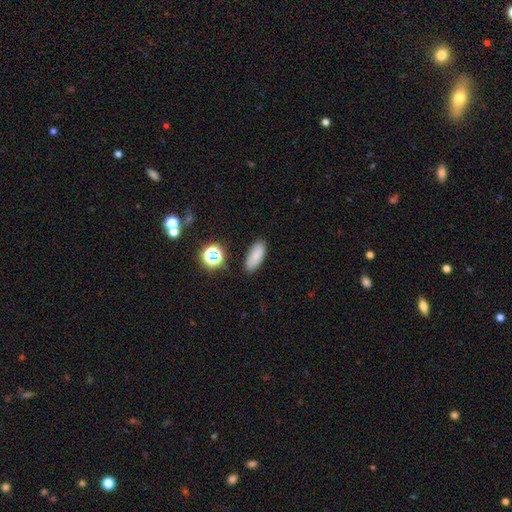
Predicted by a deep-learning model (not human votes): smooth_or_featured: smooth (p=0.81) [alt: star or artifact p=0.11]
how_rounded: in between (p=0.79) [alt: cigar-shaped p=0.16]
merging: none (p=0.85) [alt: minor disturbance p=0.10]